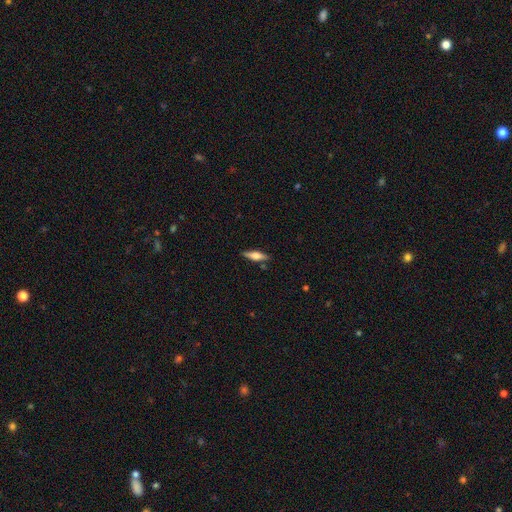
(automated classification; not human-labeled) This is possibly a smooth galaxy (51%). How rounded: possibly cigar-shaped (53%). Merging: clearly none (82%).